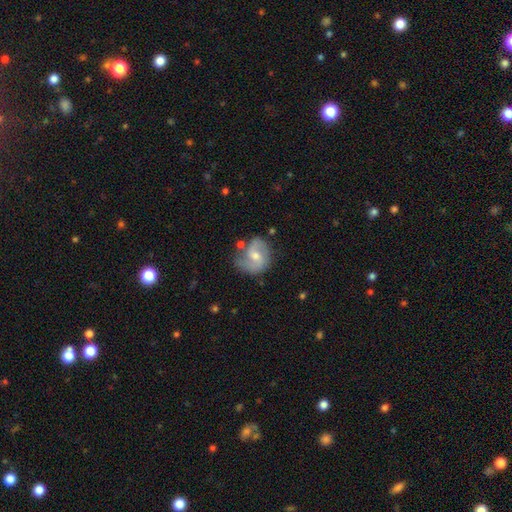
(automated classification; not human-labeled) A featured or disk galaxy (76%) with a weak bar (47%), 2 (81%) medium (48%) spiral arms (92%) and a moderate central bulge (56%). Merging: none (62%).